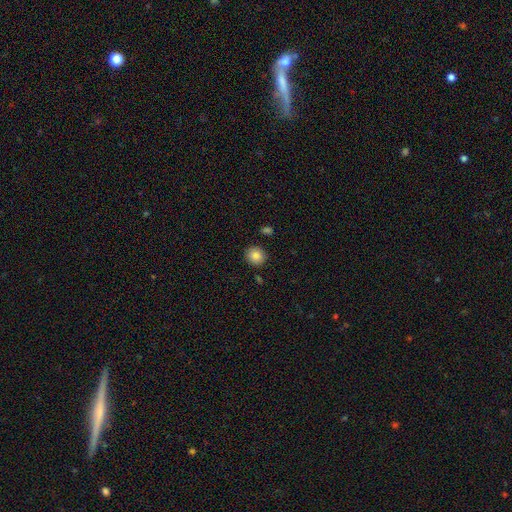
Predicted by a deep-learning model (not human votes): Morphology: type=smooth (85%); roundness=round (88%); merging=none (89%).